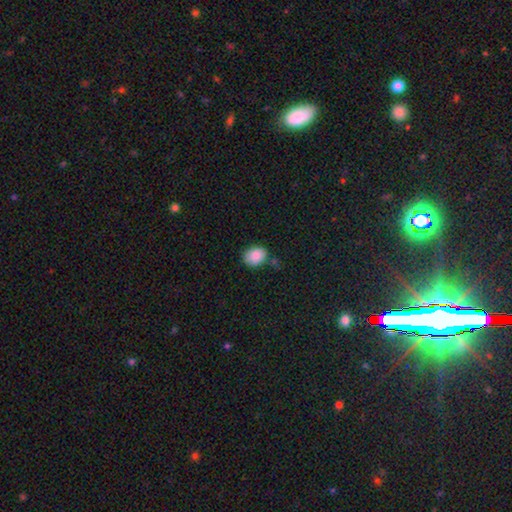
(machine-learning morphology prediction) This is clearly a smooth galaxy (88%). How rounded: likely in between (65%). Merging: likely none (69%).